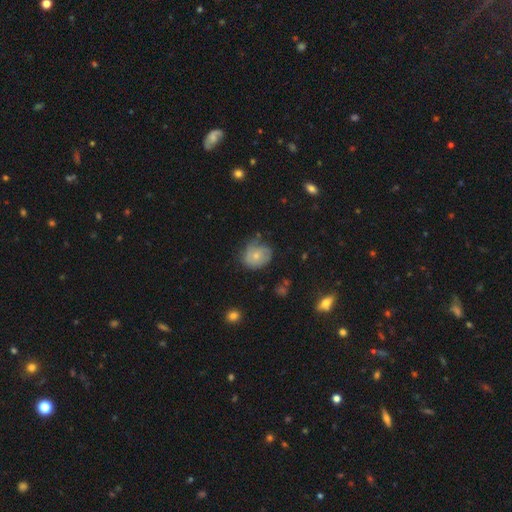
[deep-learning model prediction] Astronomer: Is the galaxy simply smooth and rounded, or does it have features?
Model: smooth — 53% (runner-up: featured or disk, 39%).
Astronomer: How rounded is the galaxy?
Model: round — 63%.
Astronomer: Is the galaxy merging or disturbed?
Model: none — 53% (runner-up: minor disturbance, 32%).